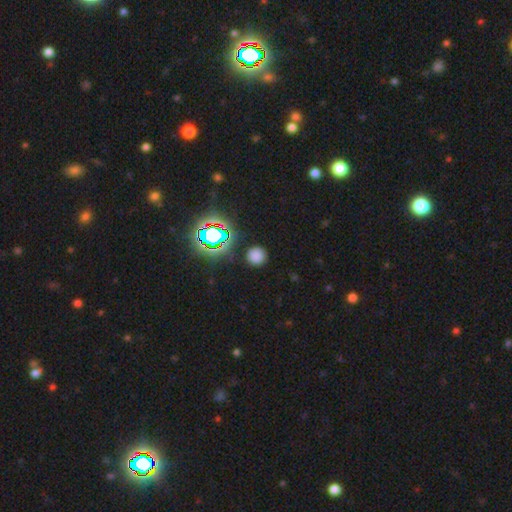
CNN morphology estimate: The model was most divided on "smooth or featured": smooth: 70%, star or artifact: 24%, featured or disk: 6%. More confident: how rounded — round (93%); merging — none (88%).